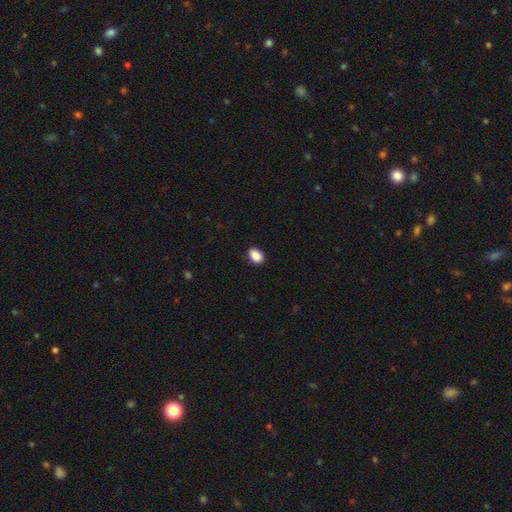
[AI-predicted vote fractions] This appears to be a smooth galaxy with no disk features (89%) that is in between round and cigar-shaped (79%). Merging: none (88%).